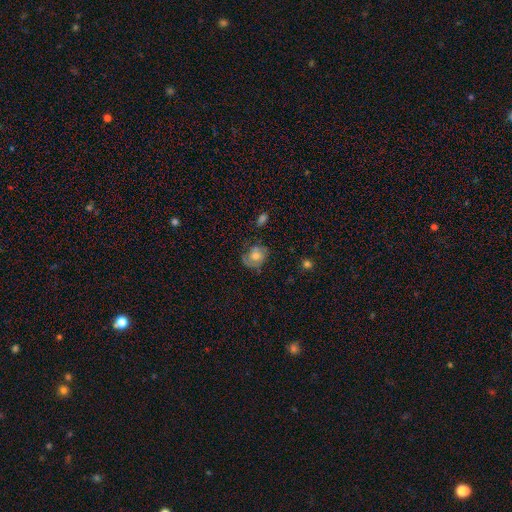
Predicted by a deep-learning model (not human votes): Overall: smooth (50%; featured or disk 41%). How rounded: round (56%; in between 43%). Merging: none (55%; minor disturbance 28%).